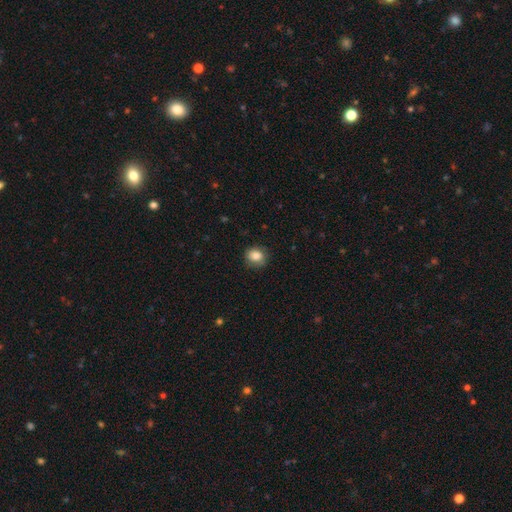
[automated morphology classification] A smooth galaxy with no disk features (84%) that is round (70%). Merging: none (79%).